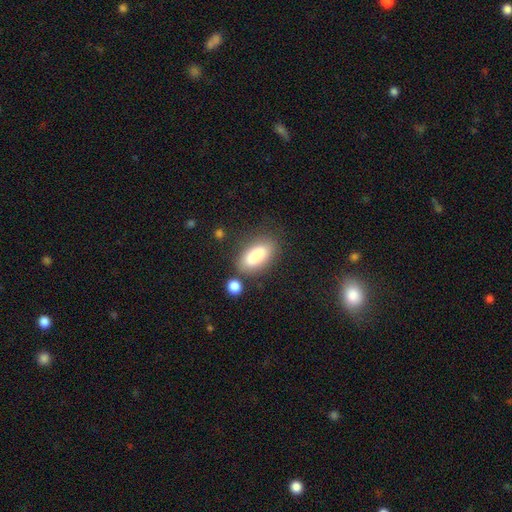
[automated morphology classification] type=smooth (86%); roundness=in between (86%); merging=none (70%).